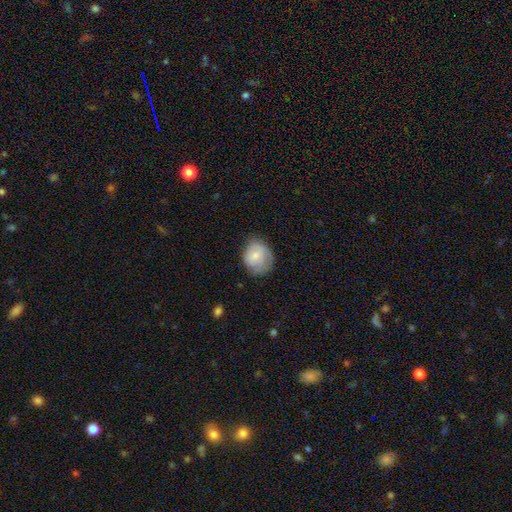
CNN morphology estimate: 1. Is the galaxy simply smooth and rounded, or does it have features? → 72% smooth, 21% featured or disk, 7% star or artifact.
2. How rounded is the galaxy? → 63% round, 36% in between, 1% cigar-shaped.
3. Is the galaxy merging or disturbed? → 63% none, 28% minor disturbance, 8% major disturbance, 1% merger.